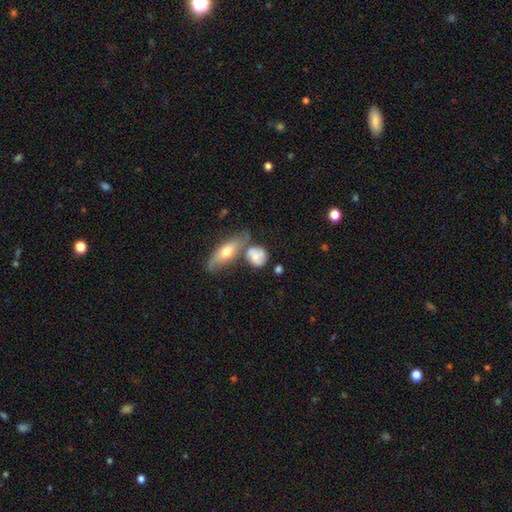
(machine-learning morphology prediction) Q: Smooth or featured?
A: smooth (68%); runner-up: featured or disk (25%)
Q: How rounded?
A: round (48%); tied with: in between (48%)
Q: Merging?
A: none (40%); runner-up: merger (32%)